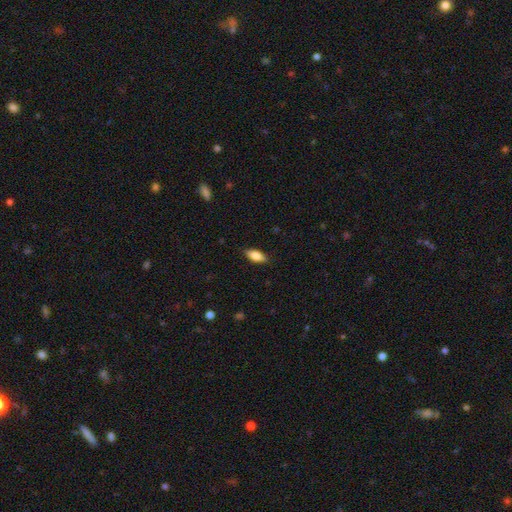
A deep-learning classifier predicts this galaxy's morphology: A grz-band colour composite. It shows a smooth galaxy with no disk features (82%) that is in between round and cigar-shaped (82%). Merging: none (87%).